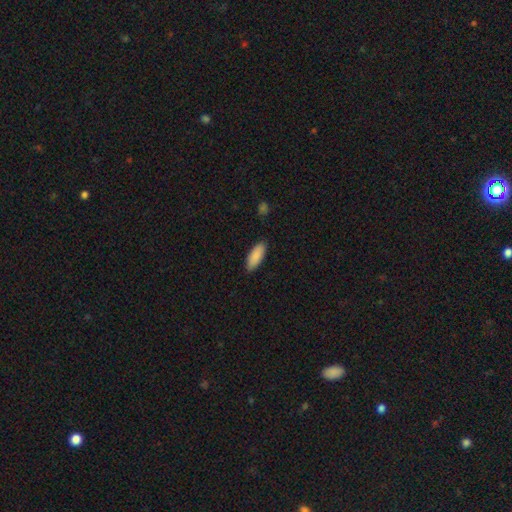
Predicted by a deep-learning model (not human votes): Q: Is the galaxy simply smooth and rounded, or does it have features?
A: smooth — 90%.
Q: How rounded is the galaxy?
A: in between — 78%.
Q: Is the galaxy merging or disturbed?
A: none — 87%.